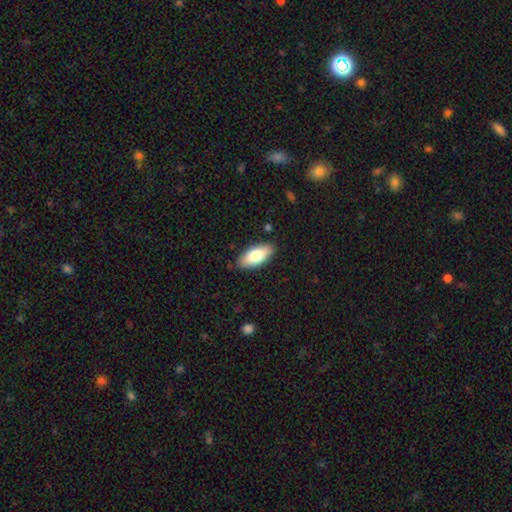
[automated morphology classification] A smooth galaxy with no disk features (78%) that is in between round and cigar-shaped (88%).

Vote fractions:
- Smooth or featured? smooth: 78% / featured or disk: 16% / star or artifact: 6%
- How rounded? in between: 88% / cigar-shaped: 10% / round: 2%
- Merging? none: 86% / minor disturbance: 10% / major disturbance: 2% / merger: 1%